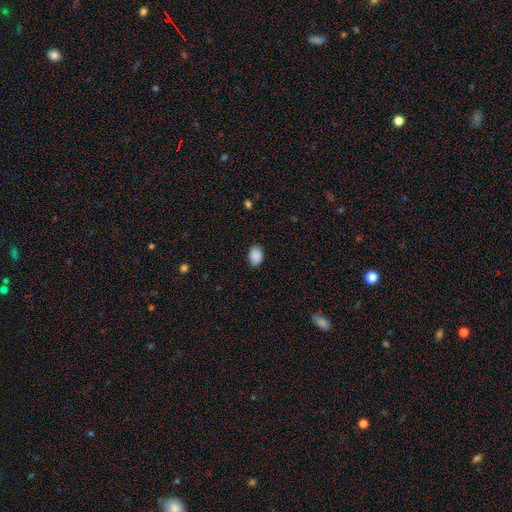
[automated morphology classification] smooth-or-featured: smooth: 90% | star or artifact: 7% | featured or disk: 3%
  how-rounded: in between: 77% | round: 22% | cigar-shaped: 1%
  merging: none: 87% | minor disturbance: 10% | major disturbance: 2% | merger: 1%